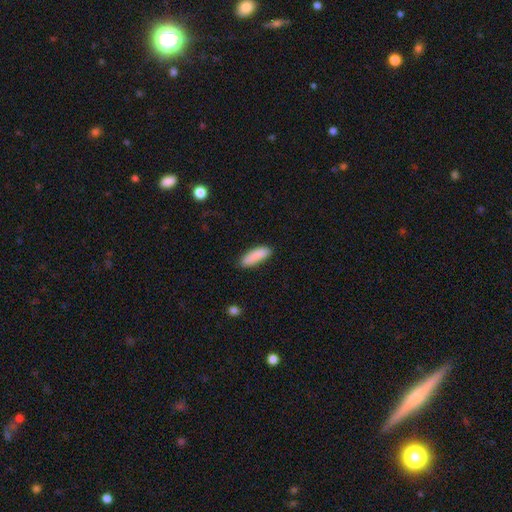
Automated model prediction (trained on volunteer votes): smooth 89%, star or artifact 6%, featured or disk 5%. Down the decision tree: how rounded — in between (51%); merging — none (85%).